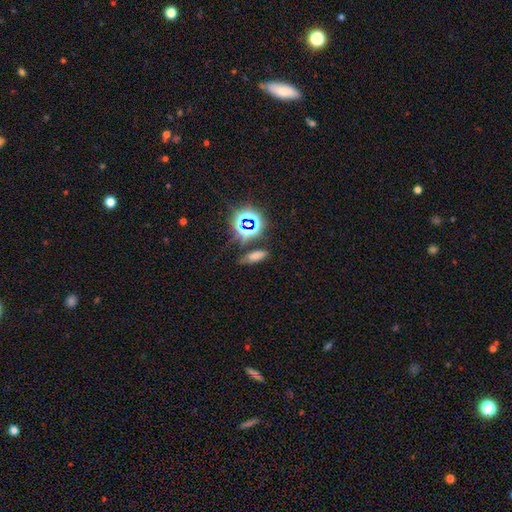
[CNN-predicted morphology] smooth 60%, star or artifact 30%, featured or disk 10%. Down the decision tree: how rounded — in between (64%); merging — none (70%).